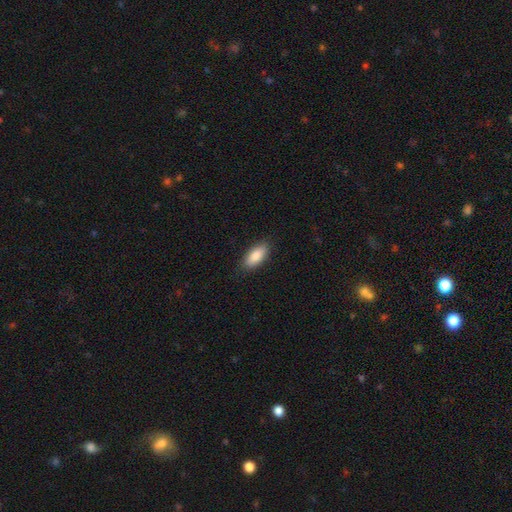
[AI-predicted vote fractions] Smooth or featured?
  - smooth: 86% *
  - featured or disk: 8%
  - star or artifact: 6%
How rounded?
  - in between: 86% *
  - cigar-shaped: 12%
  - round: 2%
Merging?
  - none: 86% *
  - minor disturbance: 10%
  - major disturbance: 2%
  - merger: 1%